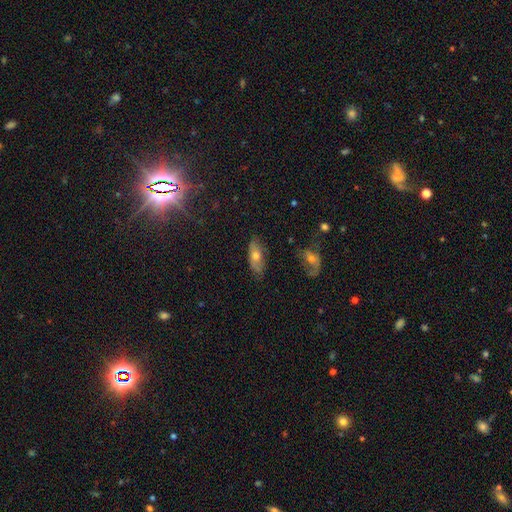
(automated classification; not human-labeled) This is possibly a smooth galaxy (57%). How rounded: likely in between (80%). Merging: likely none (75%).